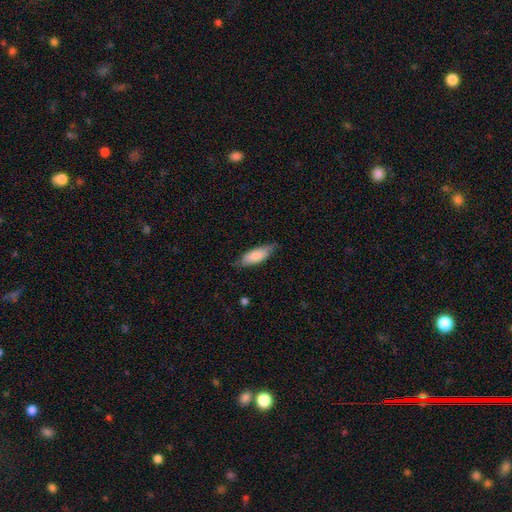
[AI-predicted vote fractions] Overall: smooth (80%). How rounded: in between (64%; cigar-shaped 34%). Merging: none (73%).